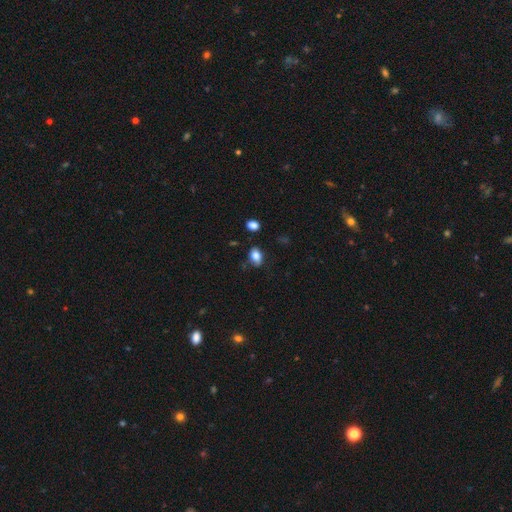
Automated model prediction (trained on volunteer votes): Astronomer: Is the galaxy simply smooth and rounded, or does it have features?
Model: smooth — 83%.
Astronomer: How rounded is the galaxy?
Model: in between — 84%.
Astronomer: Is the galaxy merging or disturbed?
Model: none — 71%.